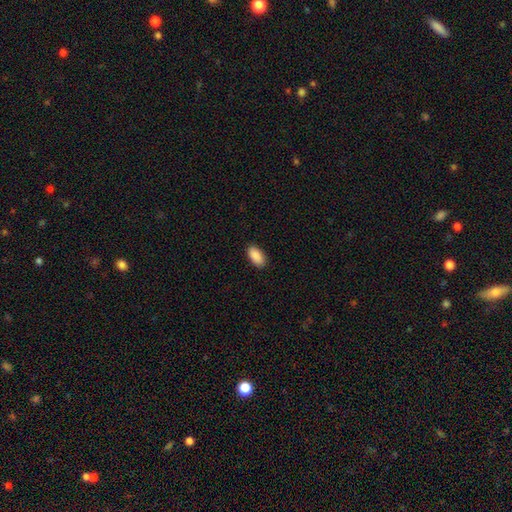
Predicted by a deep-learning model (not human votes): Q: Smooth or featured?
A: smooth (91%); runner-up: star or artifact (6%)
Q: How rounded?
A: in between (95%); runner-up: cigar-shaped (3%)
Q: Merging?
A: none (89%); runner-up: minor disturbance (8%)